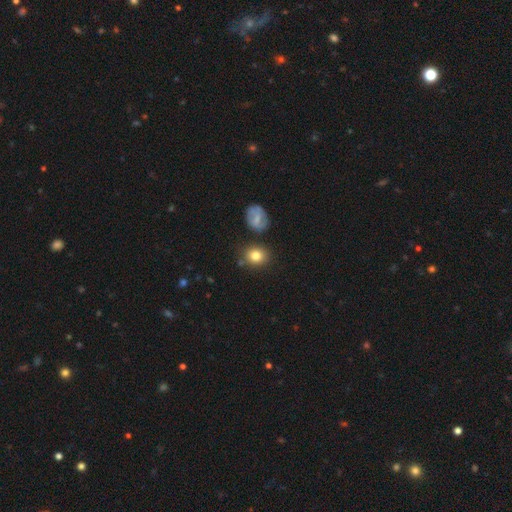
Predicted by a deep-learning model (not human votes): Smooth or featured?
  - smooth: 80% *
  - featured or disk: 10%
  - star or artifact: 10%
How rounded?
  - round: 69% *
  - in between: 30%
  - cigar-shaped: 1%
Merging?
  - none: 77% *
  - minor disturbance: 13%
  - merger: 7%
  - major disturbance: 3%